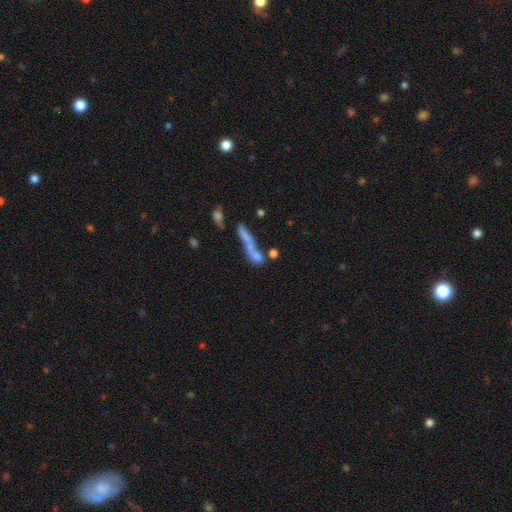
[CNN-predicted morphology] The model was most divided on "how rounded": cigar-shaped: 53%, in between: 33%, round: 14%. More confident: smooth or featured — smooth (60%); merging — merger (52%).